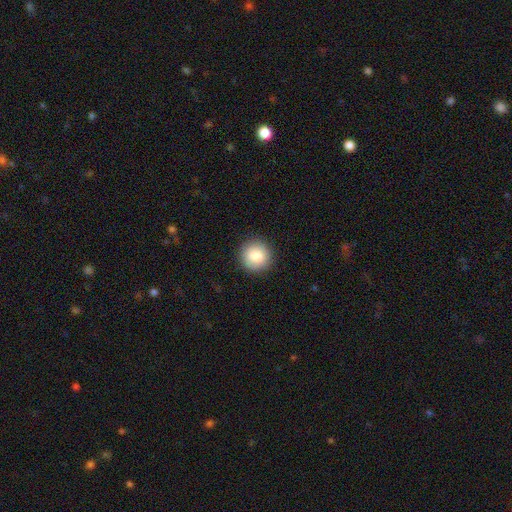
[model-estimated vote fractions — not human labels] smooth-or-featured: smooth: 84% | star or artifact: 8% | featured or disk: 8%
  how-rounded: round: 93% | in between: 6% | cigar-shaped: 1%
  merging: none: 91% | minor disturbance: 6% | major disturbance: 2% | merger: 1%